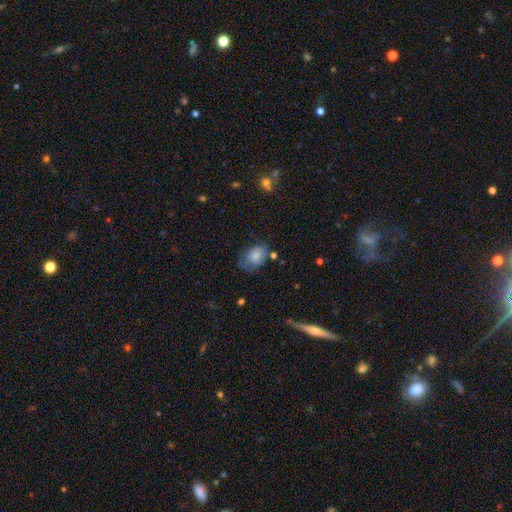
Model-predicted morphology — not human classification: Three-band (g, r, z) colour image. It shows a smooth galaxy with no disk features (79%) that is in between round and cigar-shaped (72%). Merging: none (51%).